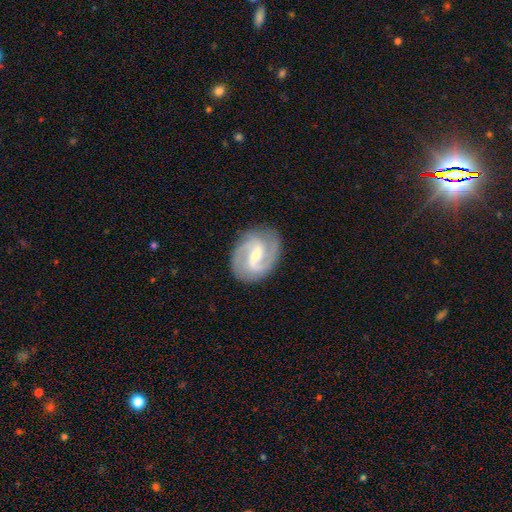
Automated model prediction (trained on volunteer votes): Morphology: type=featured or disk (88%); edge-on=no (97%); bar=weak (49%); spiral arms=yes (97%); winding=medium (53%); arm count=2 (86%); bulge=small (54%); merging=none (84%).